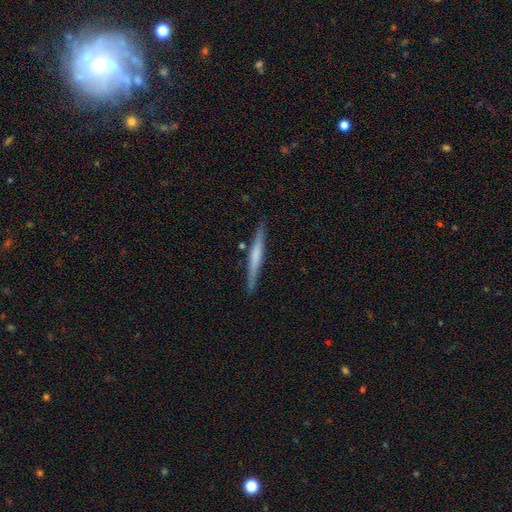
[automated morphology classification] Overall: featured or disk (49%; smooth 46%). Merging: none (88%).